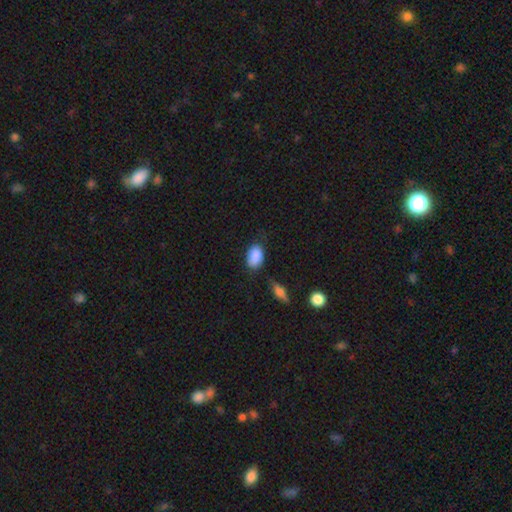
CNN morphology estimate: smooth 87%, star or artifact 7%, featured or disk 6%. Down the decision tree: how rounded — in between (86%); merging — none (68%).